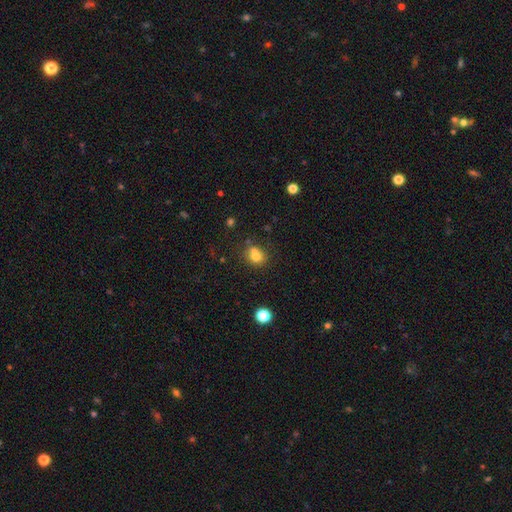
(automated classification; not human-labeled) A smooth galaxy with no disk features (74%) that is round (74%).

Vote fractions:
- Smooth or featured? smooth: 74% / star or artifact: 14% / featured or disk: 12%
- How rounded? round: 74% / in between: 25% / cigar-shaped: 1%
- Merging? none: 51% / merger: 33% / minor disturbance: 11% / major disturbance: 4%